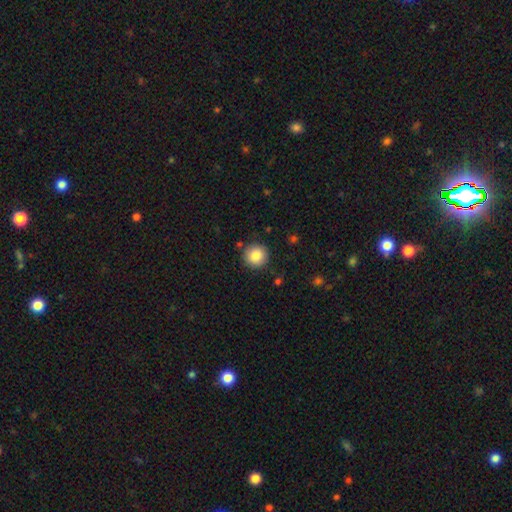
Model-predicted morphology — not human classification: Smooth or featured: smooth — 85% (star or artifact — 9%)
How rounded: round — 94% (in between — 5%)
Merging: none — 89% (minor disturbance — 7%)